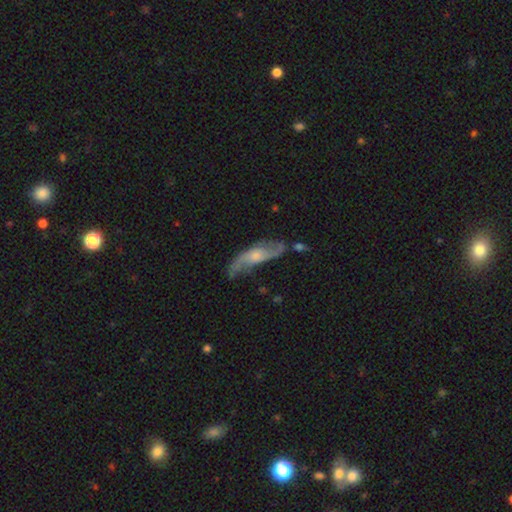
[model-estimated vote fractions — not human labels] Morphology: type=featured or disk (76%); edge-on=no (82%); bar=no (60%); spiral arms=yes (92%); winding=loose (69%); arm count=2 (87%); bulge=small (42%); merging=none (61%).